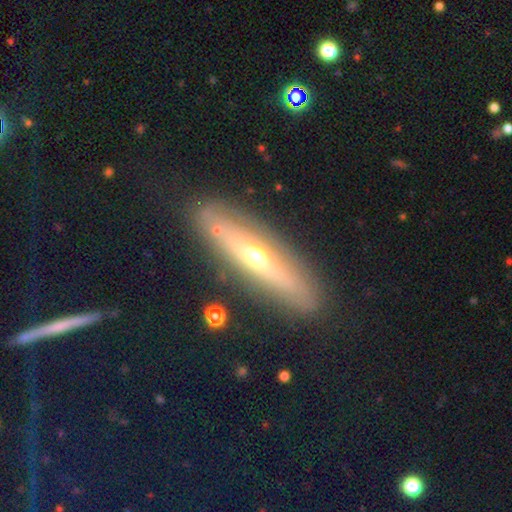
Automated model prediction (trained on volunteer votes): Smooth or featured? featured or disk (59%)
Edge-on disk? yes (74%)
Merging? none (83%)